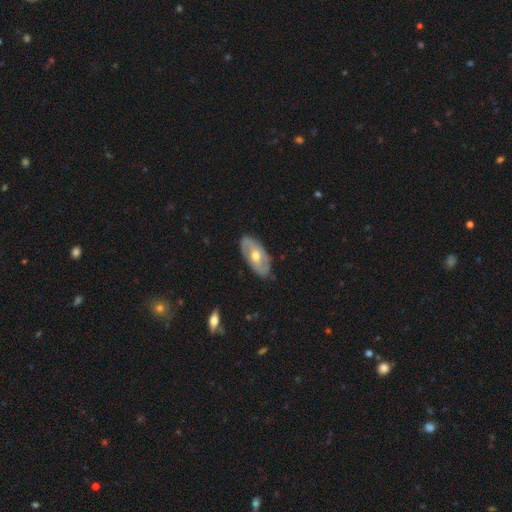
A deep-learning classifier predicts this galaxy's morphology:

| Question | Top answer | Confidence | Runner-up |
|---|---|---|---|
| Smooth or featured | featured or disk | 66% | smooth (29%) |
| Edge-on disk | no | 88% | yes (12%) |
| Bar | no | 52% | weak (33%) |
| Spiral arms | yes | 57% | no (43%) |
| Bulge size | moderate | 75% | small (18%) |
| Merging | none | 82% | minor disturbance (14%) |